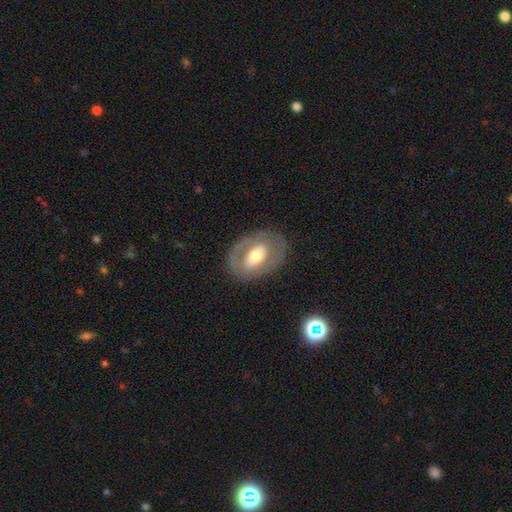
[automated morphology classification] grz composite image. It shows a featured or disk galaxy (61%) with no bar (46%), no spiral arms (67%) and a moderate central bulge (64%). Merging: none (78%).